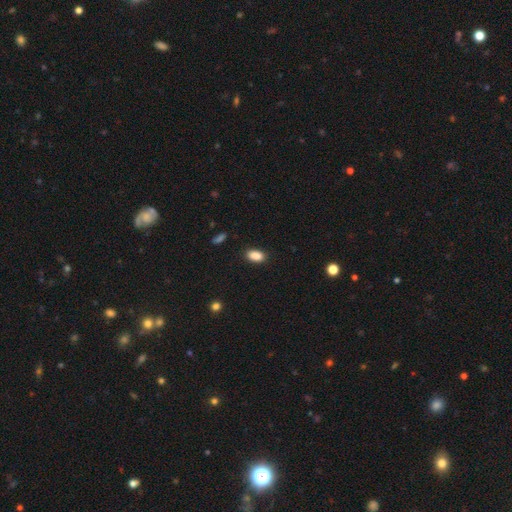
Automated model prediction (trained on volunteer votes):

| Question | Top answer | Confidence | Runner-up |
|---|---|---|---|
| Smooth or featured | smooth | 89% | star or artifact (8%) |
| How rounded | in between | 90% | round (7%) |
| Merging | none | 86% | minor disturbance (10%) |